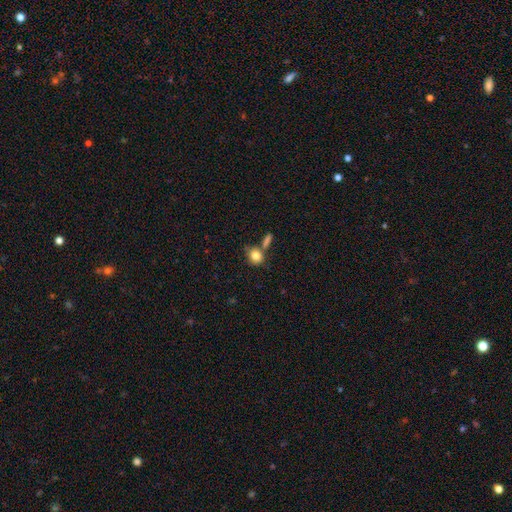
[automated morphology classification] This is clearly a smooth galaxy (83%). How rounded: likely round (64%). Merging: possibly none (55%).